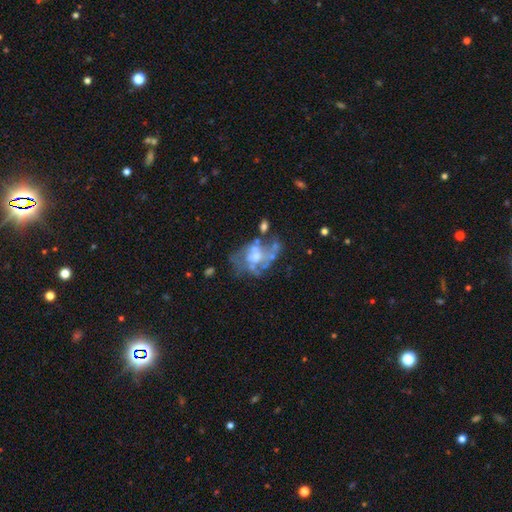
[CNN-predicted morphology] type=featured or disk (67%); edge-on=no (98%); bar=no (81%); spiral arms=no (74%); bulge=moderate (41%); merging=major disturbance (32%).